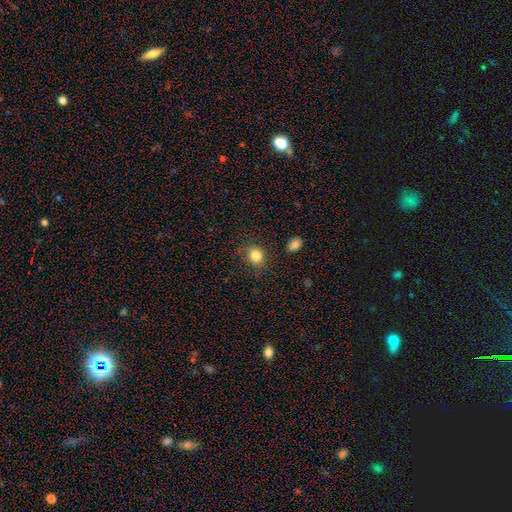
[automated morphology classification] smooth_or_featured: smooth (p=0.84) [alt: star or artifact p=0.11]
how_rounded: round (p=0.72) [alt: in between p=0.27]
merging: none (p=0.80) [alt: minor disturbance p=0.14]